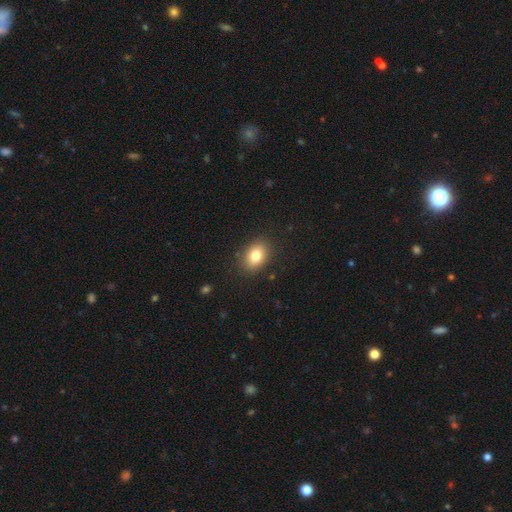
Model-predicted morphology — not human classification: The model was most divided on "how rounded": in between: 74%, round: 25%, cigar-shaped: 1%. More confident: merging — none (87%); smooth or featured — smooth (80%).